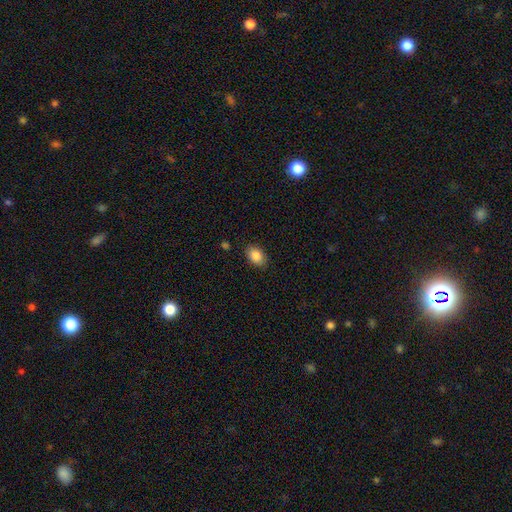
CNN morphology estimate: This is clearly a smooth galaxy (87%). How rounded: clearly in between (84%). Merging: clearly none (86%).